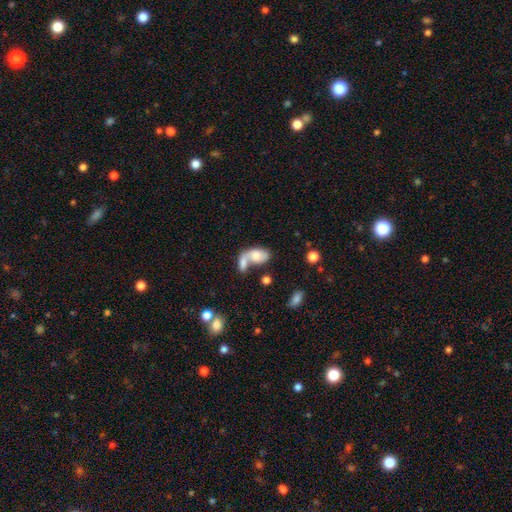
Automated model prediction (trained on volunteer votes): This appears to be a smooth galaxy with no disk features (65%) that is in between round and cigar-shaped (89%). Merging: merger (69%).